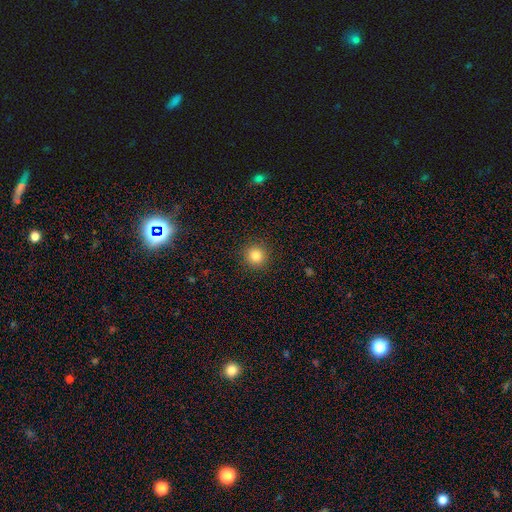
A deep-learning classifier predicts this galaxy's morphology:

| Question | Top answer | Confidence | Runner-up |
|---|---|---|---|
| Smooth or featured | smooth | 82% | star or artifact (12%) |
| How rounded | round | 95% | in between (4%) |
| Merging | none | 92% | minor disturbance (5%) |